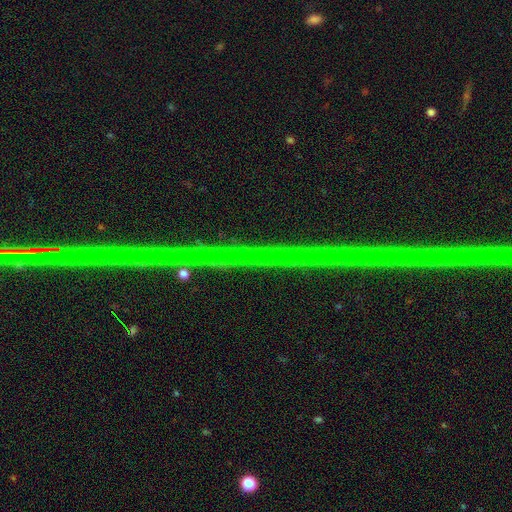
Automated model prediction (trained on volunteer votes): This is clearly a star or artifact rather than a galaxy (89%).